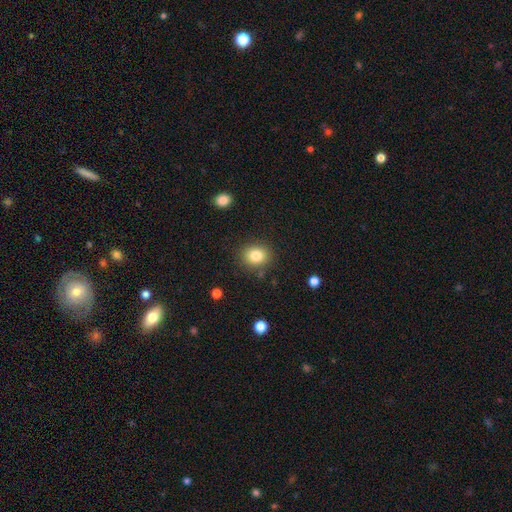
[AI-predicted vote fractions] Smooth or featured? smooth (82%)
How rounded? round (71%)
Merging? none (85%)